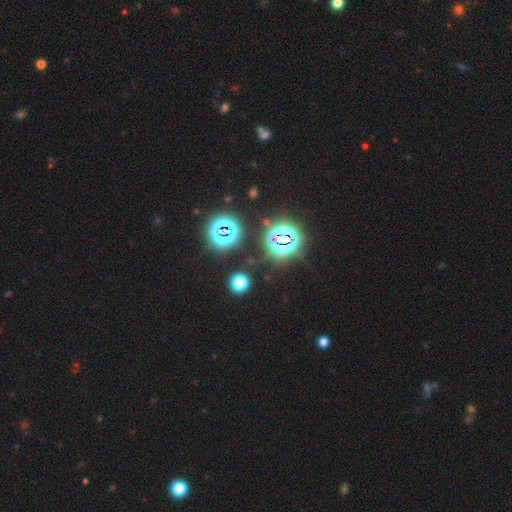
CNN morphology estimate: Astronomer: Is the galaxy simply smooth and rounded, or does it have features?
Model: star or artifact — 79%.